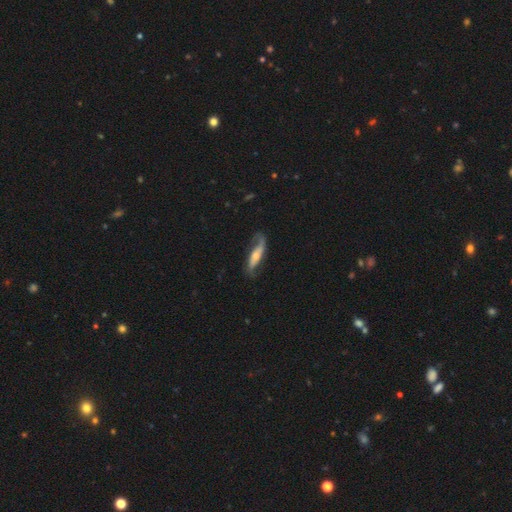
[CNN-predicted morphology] featured or disk 73%, smooth 22%, star or artifact 6%. Down the decision tree: edge-on disk — no (74%); bar — no (45%); spiral arms — yes (90%); bulge size — moderate (52%); merging — none (63%).